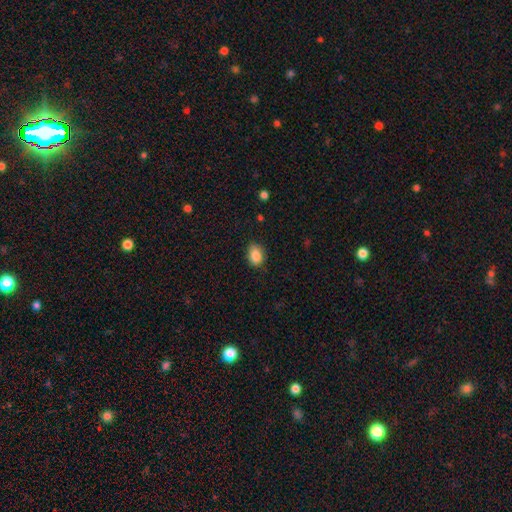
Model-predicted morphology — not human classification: Smooth or featured?
  - smooth: 87% *
  - star or artifact: 9%
  - featured or disk: 4%
How rounded?
  - in between: 72% *
  - round: 27%
  - cigar-shaped: 1%
Merging?
  - none: 81% *
  - minor disturbance: 15%
  - major disturbance: 3%
  - merger: 1%